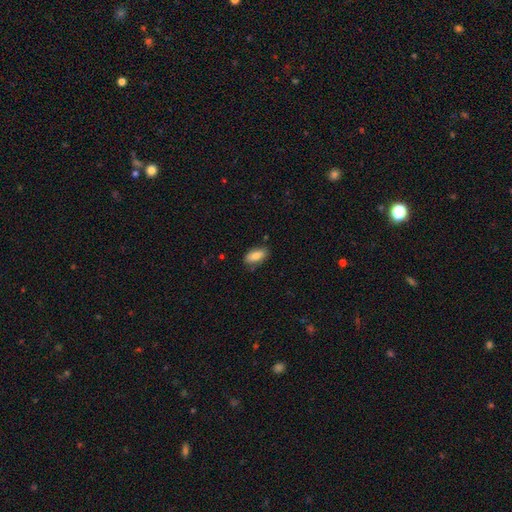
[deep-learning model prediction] This appears to be a smooth galaxy with no disk features (84%) that is in between round and cigar-shaped (90%). Merging: none (80%).